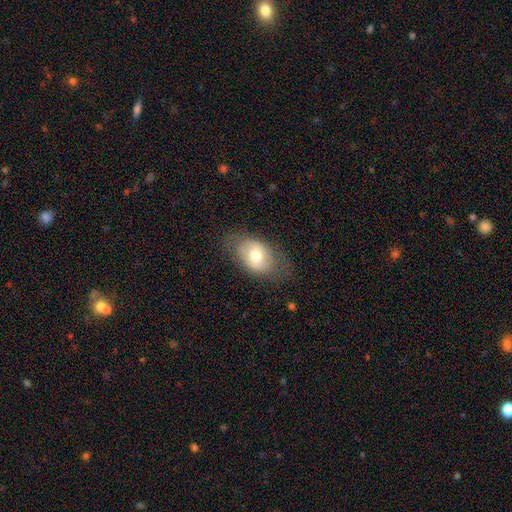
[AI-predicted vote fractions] Smooth or featured? smooth (66%)
How rounded? in between (85%)
Merging? none (69%)